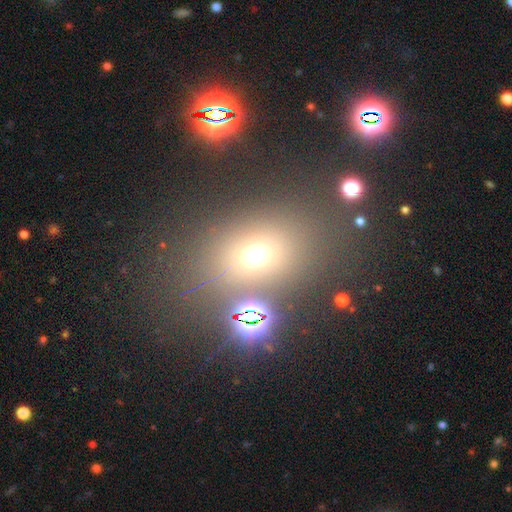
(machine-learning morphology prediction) This appears to be a smooth galaxy with no disk features (59%) that is in between round and cigar-shaped (57%). Merging: none (72%).